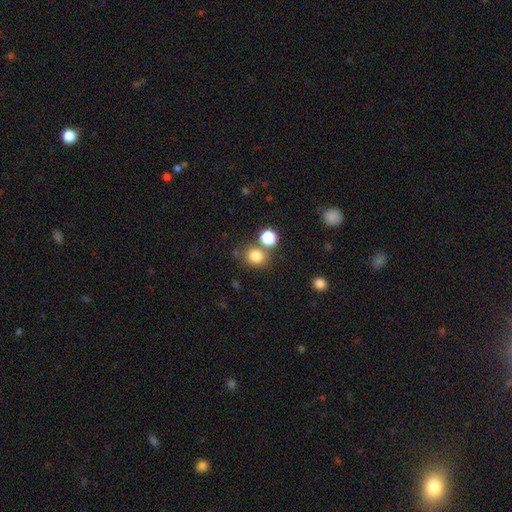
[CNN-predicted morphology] Smooth or featured: smooth — 81% (star or artifact — 13%)
How rounded: round — 75% (in between — 24%)
Merging: none — 68% (merger — 18%)